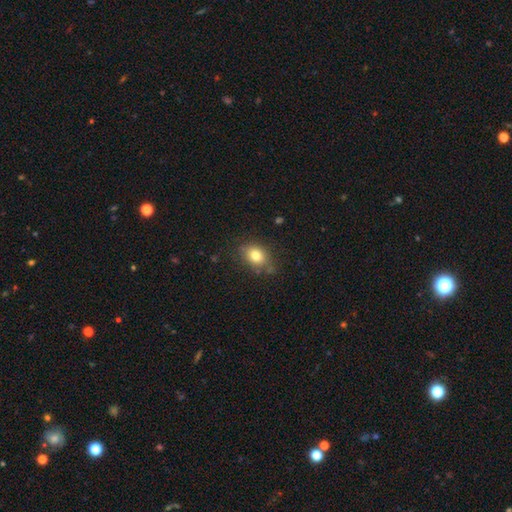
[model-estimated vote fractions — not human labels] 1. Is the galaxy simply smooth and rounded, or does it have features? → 79% smooth, 11% featured or disk, 10% star or artifact.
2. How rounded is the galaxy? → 65% in between, 33% round, 1% cigar-shaped.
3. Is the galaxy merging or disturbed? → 75% none, 18% minor disturbance, 4% major disturbance, 3% merger.